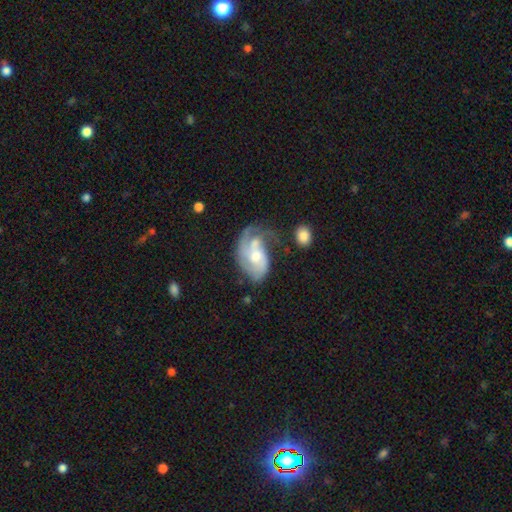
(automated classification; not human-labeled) Overall: featured or disk (74%). Edge-on disk: no (97%). Bar: no (59%; weak 35%). Spiral arms: yes (85%). Spiral arm count: 2 (45%; 1 21%). Spiral winding: medium (43%; loose 29%). Bulge size: moderate (60%; small 27%). Merging: major disturbance (31%; none 28%).